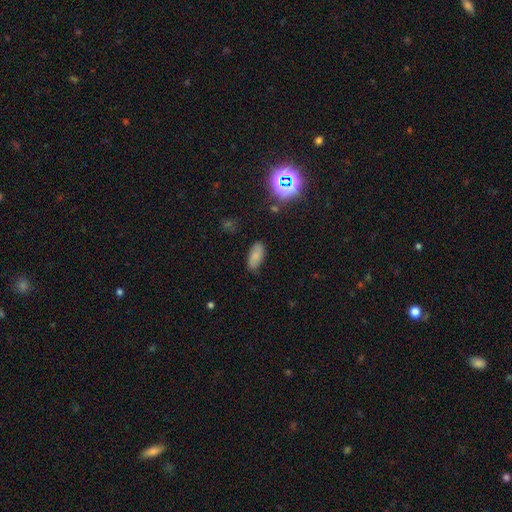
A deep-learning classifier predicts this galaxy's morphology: Smooth or featured? smooth (80%)
How rounded? in between (89%)
Merging? none (81%)